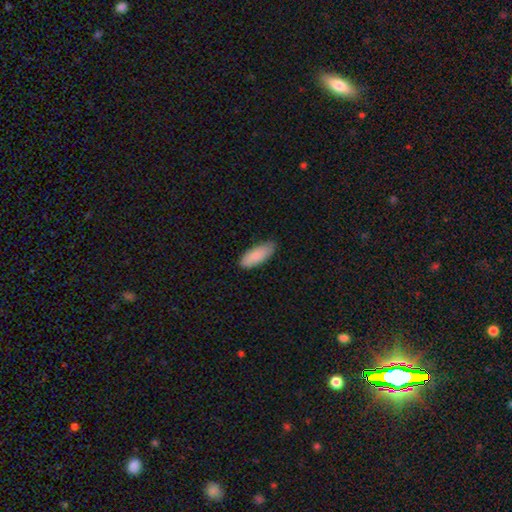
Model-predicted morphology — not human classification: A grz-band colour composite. It shows a smooth galaxy with no disk features (88%) that is in between round and cigar-shaped (75%). Merging: none (79%).